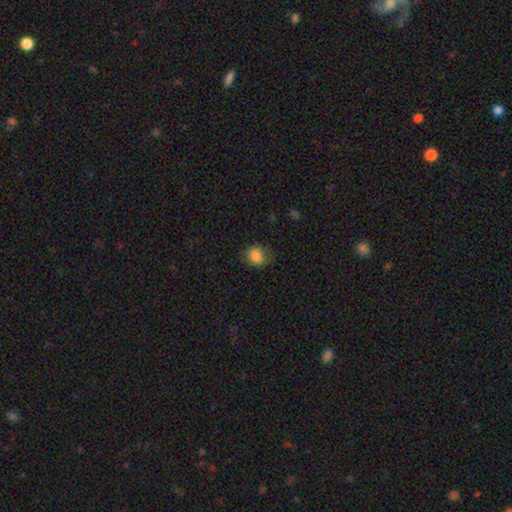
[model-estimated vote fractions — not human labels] Morphology: type=smooth (84%); roundness=in between (50%); merging=none (70%).